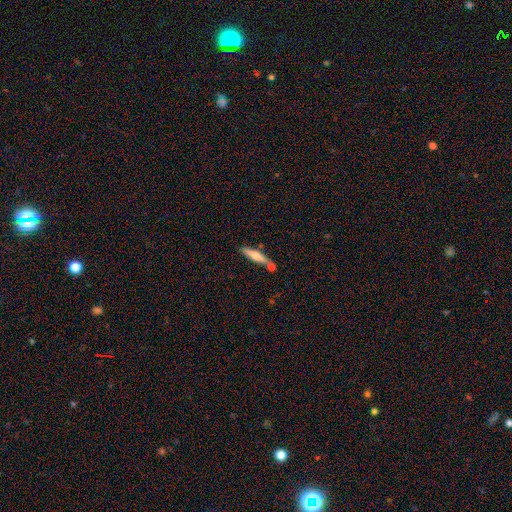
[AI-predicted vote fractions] This appears to be a smooth galaxy with no disk features (61%) that is cigar-shaped (85%). Merging: none (62%).